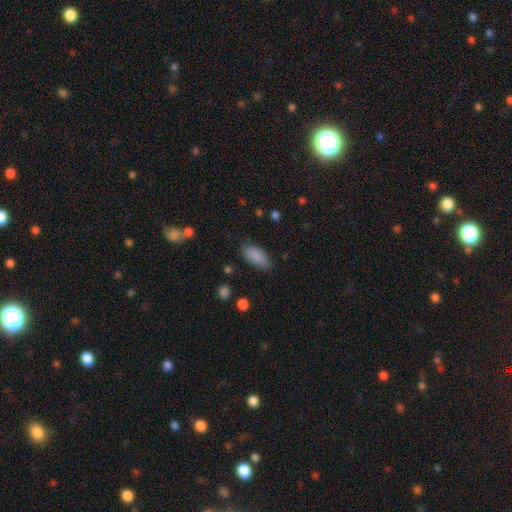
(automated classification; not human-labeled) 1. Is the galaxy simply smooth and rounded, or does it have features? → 88% smooth, 7% star or artifact, 4% featured or disk.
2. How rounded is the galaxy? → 90% in between, 8% cigar-shaped, 2% round.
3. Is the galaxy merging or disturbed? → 82% none, 13% minor disturbance, 3% major disturbance, 1% merger.